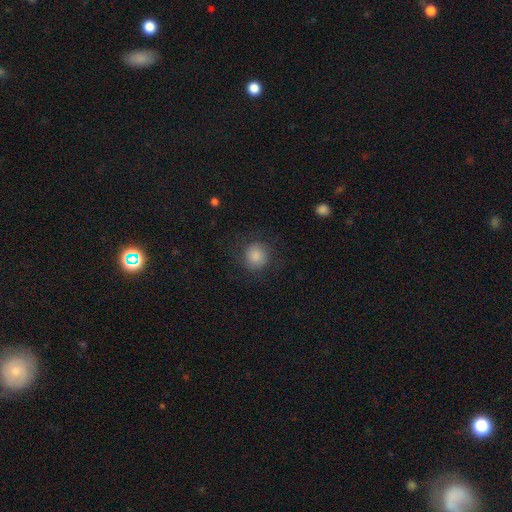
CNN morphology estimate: smooth_or_featured: smooth (p=0.84) [alt: star or artifact p=0.08]
how_rounded: round (p=0.91) [alt: in between p=0.08]
merging: none (p=0.82) [alt: minor disturbance p=0.11]